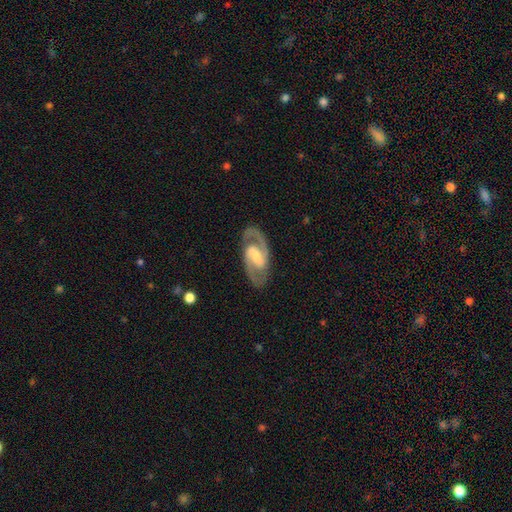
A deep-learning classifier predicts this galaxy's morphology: smooth-or-featured: featured or disk: 90% | smooth: 6% | star or artifact: 4%
  disk-edge-on: no: 97% | yes: 3%
    bar: weak: 43% | strong: 41% | no: 15%
    has-spiral-arms: yes: 97% | no: 3%
      spiral-winding: medium: 60% | tight: 28% | loose: 12%
      spiral-arm-count: 2: 93% | can't tell: 2% | 1: 2% | 3: 1% | 4: 1% | more than 4: 1%
    bulge-size: moderate: 47% | small: 40% | large: 7% | none: 5% | dominant: 1%
  merging: none: 85% | minor disturbance: 10% | major disturbance: 4% | merger: 1%